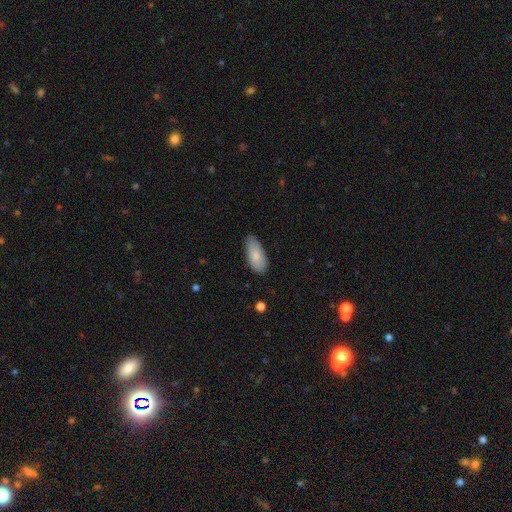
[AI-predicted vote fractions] smooth-or-featured: smooth: 84% | featured or disk: 10% | star or artifact: 6%
  how-rounded: in between: 87% | cigar-shaped: 12% | round: 2%
  merging: none: 79% | minor disturbance: 17% | major disturbance: 3% | merger: 1%